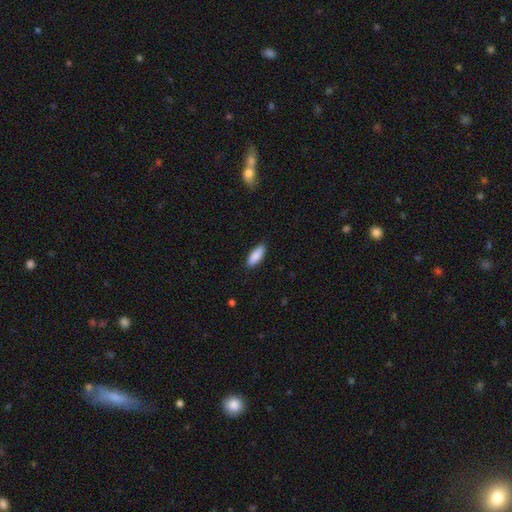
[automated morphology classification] Overall: smooth (89%). How rounded: in between (71%). Merging: none (88%).